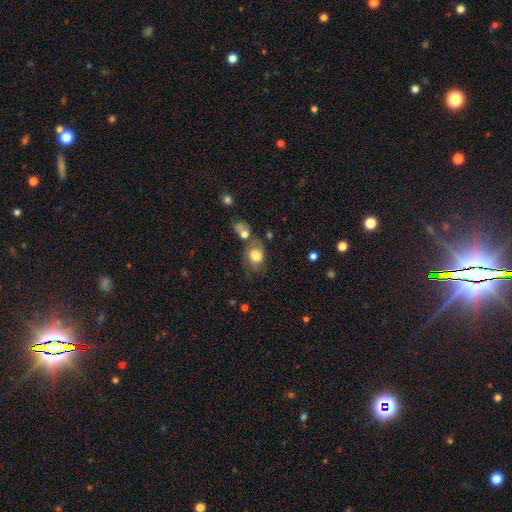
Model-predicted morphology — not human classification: Q: Smooth or featured?
A: smooth (72%); runner-up: featured or disk (19%)
Q: How rounded?
A: in between (49%); tied with: round (49%)
Q: Merging?
A: none (43%); runner-up: merger (24%)